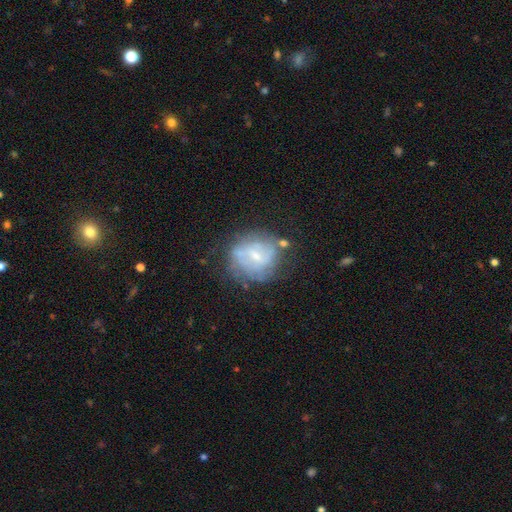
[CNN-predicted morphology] Smooth or featured? Predicted: featured or disk (p=0.60). Edge-on disk? Predicted: no (p=0.97). Bar? Predicted: weak (p=0.52). Spiral arms? Predicted: yes (p=0.61). Bulge size? Predicted: small (p=0.60). Merging? Predicted: none (p=0.57).